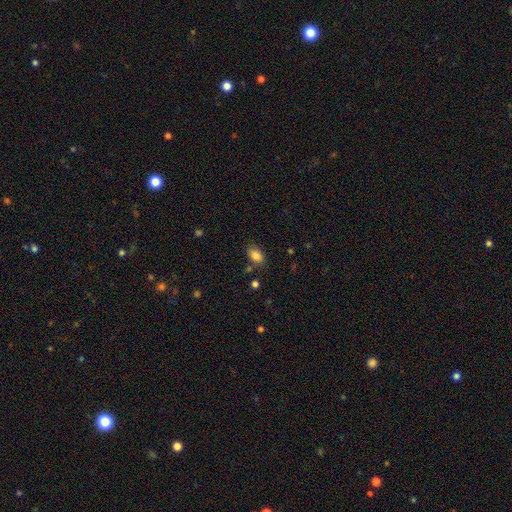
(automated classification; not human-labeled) A smooth galaxy with no disk features (85%) that is in between round and cigar-shaped (89%).

Vote fractions:
- Smooth or featured? smooth: 85% / star or artifact: 9% / featured or disk: 6%
- How rounded? in between: 89% / round: 10% / cigar-shaped: 2%
- Merging? none: 78% / minor disturbance: 14% / merger: 5% / major disturbance: 3%